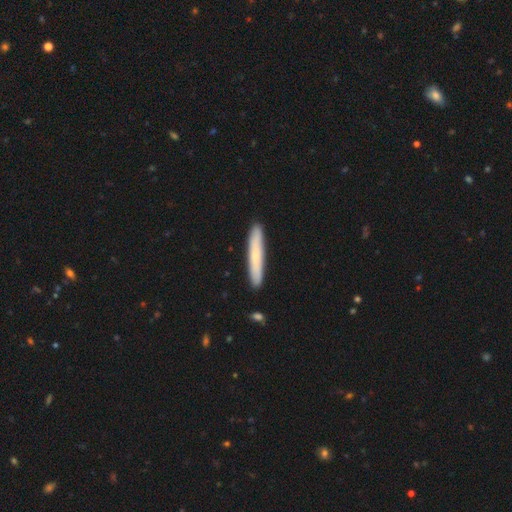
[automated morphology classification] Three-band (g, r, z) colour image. It shows a smooth galaxy with no disk features (68%) that is cigar-shaped (95%). Merging: none (90%).